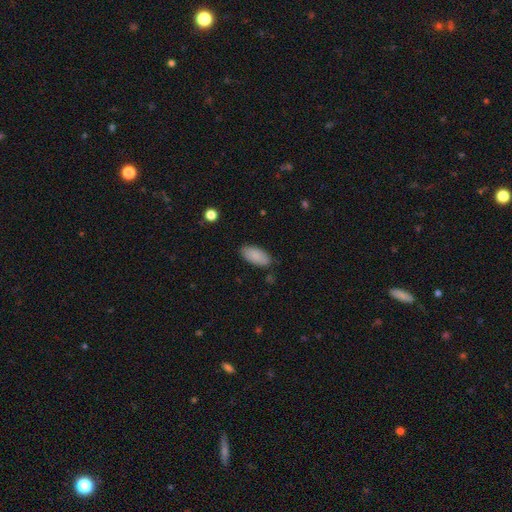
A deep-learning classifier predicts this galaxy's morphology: smooth_or_featured: smooth (p=0.87) [alt: star or artifact p=0.06]
how_rounded: in between (p=0.91) [alt: cigar-shaped p=0.07]
merging: none (p=0.82) [alt: minor disturbance p=0.14]